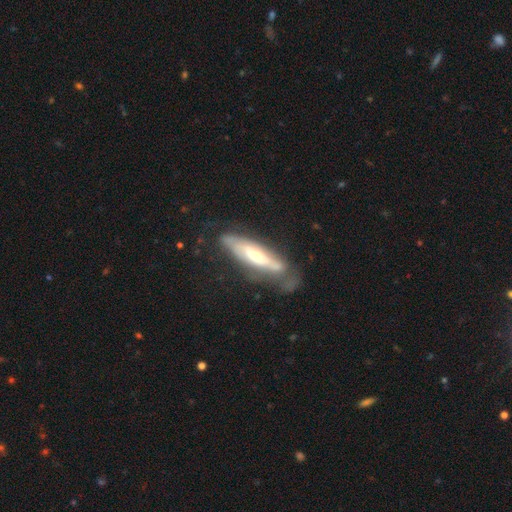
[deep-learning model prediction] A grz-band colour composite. It shows a featured or disk galaxy (67%). Merging: none (50%).